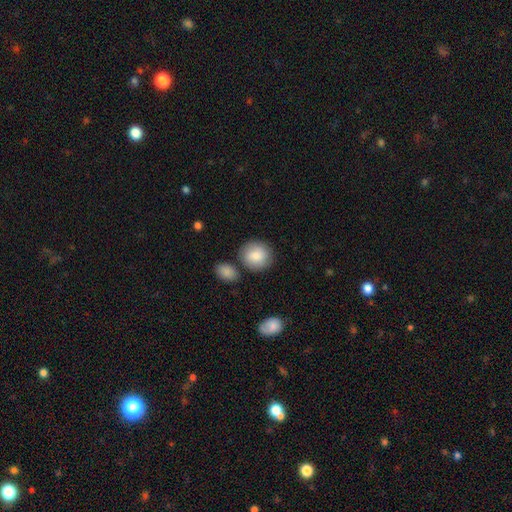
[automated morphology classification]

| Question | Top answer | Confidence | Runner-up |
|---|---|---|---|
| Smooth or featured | smooth | 86% | featured or disk (7%) |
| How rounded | round | 85% | in between (14%) |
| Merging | none | 77% | minor disturbance (11%) |